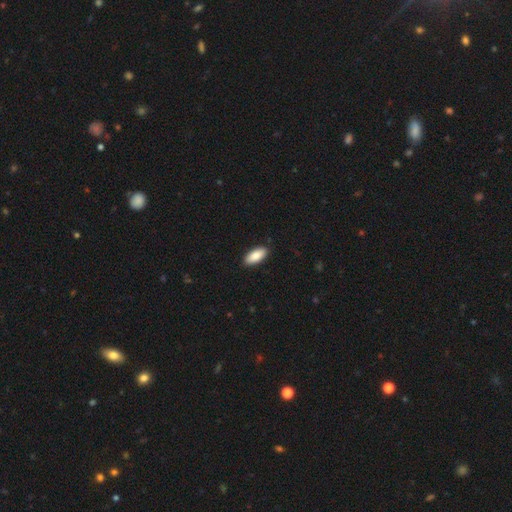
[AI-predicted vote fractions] The model was most divided on "how rounded": in between: 88%, cigar-shaped: 10%, round: 2%. More confident: merging — none (89%); smooth or featured — smooth (87%).